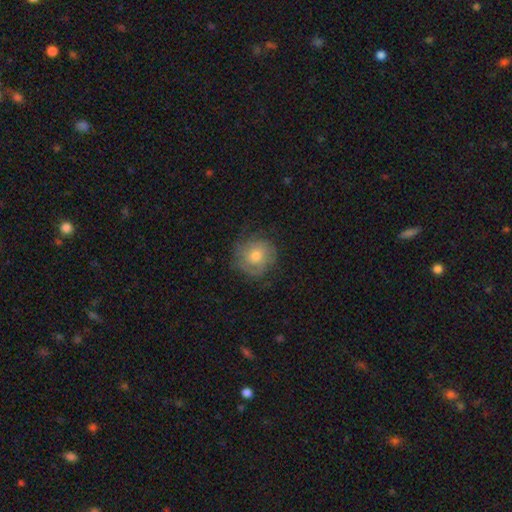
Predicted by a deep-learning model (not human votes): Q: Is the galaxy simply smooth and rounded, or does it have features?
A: smooth — 50%.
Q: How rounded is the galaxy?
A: round — 88%.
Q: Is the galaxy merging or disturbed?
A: none — 71%.